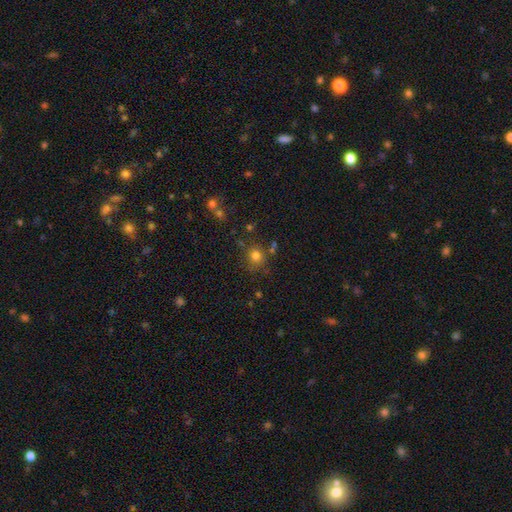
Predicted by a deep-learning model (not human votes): Smooth or featured: smooth — 76% (star or artifact — 17%)
How rounded: round — 86% (in between — 13%)
Merging: none — 75% (minor disturbance — 12%)